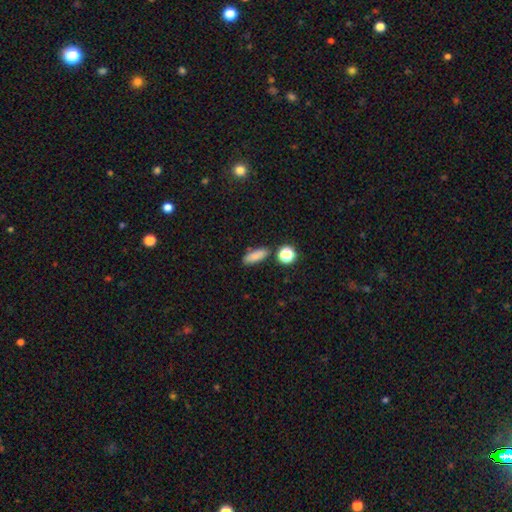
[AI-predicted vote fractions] smooth-or-featured: smooth: 80% | star or artifact: 12% | featured or disk: 8%
  how-rounded: in between: 67% | cigar-shaped: 25% | round: 8%
  merging: none: 78% | minor disturbance: 12% | merger: 6% | major disturbance: 3%